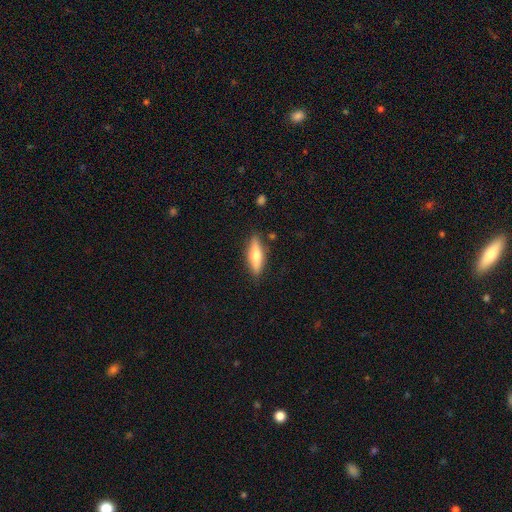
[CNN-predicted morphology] smooth-or-featured: smooth: 52% | featured or disk: 42% | star or artifact: 6%
  how-rounded: cigar-shaped: 59% | in between: 39% | round: 2%
  merging: none: 86% | minor disturbance: 10% | major disturbance: 2% | merger: 2%